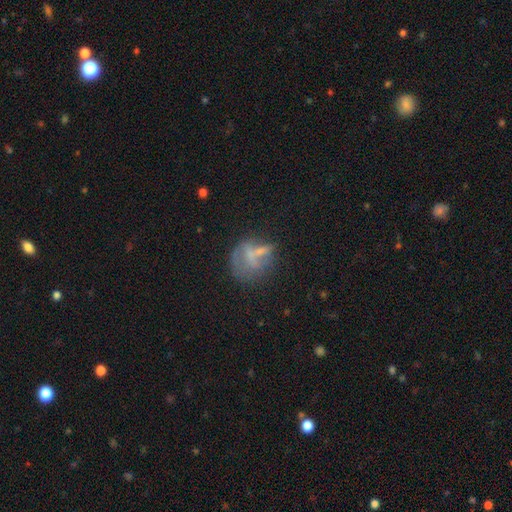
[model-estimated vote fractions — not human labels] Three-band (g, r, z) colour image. It shows a featured or disk galaxy (44%). Merging: none (41%).